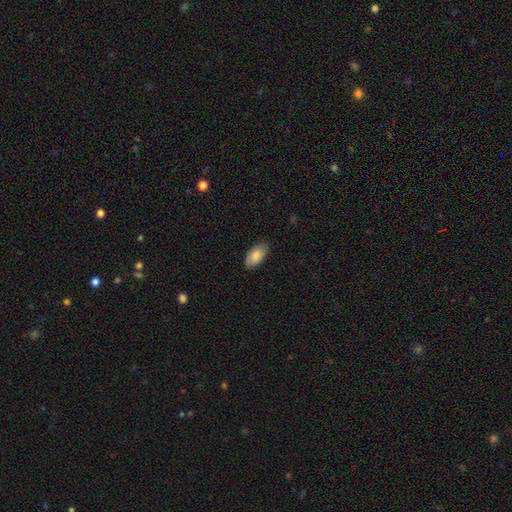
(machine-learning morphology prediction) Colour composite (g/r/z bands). It shows a smooth galaxy with no disk features (82%) that is in between round and cigar-shaped (95%). Merging: none (83%).